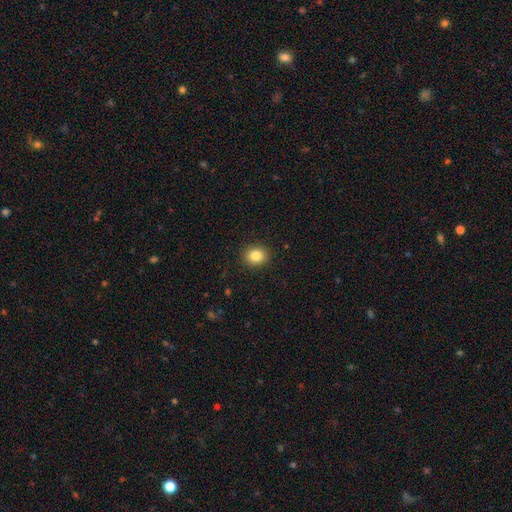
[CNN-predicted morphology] The model was most divided on "how rounded": round: 69%, in between: 30%, cigar-shaped: 1%. More confident: merging — none (91%); smooth or featured — smooth (84%).